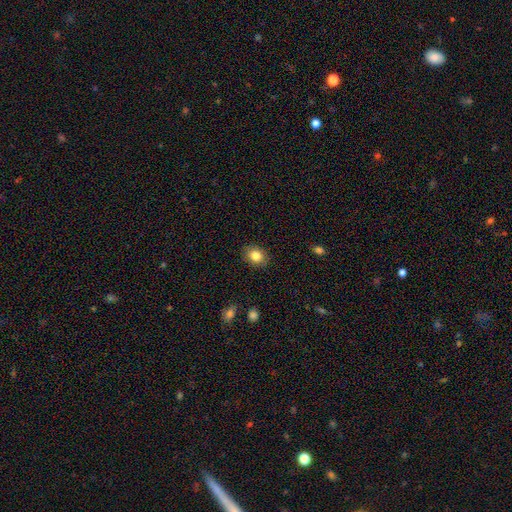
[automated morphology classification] smooth 83%, star or artifact 9%, featured or disk 8%. Down the decision tree: how rounded — round (52%); merging — none (87%).